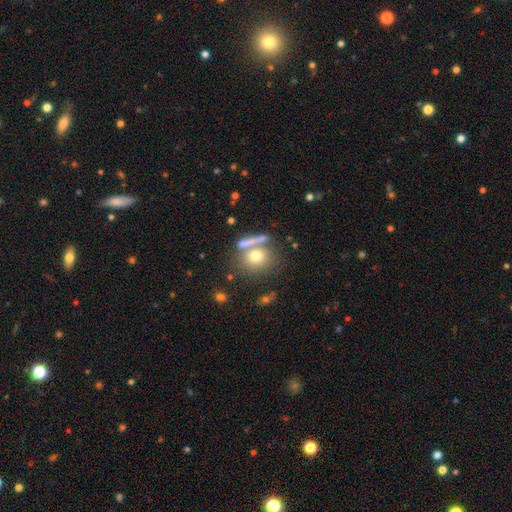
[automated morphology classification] A smooth galaxy with no disk features (70%) that is round (73%).

Vote fractions:
- Smooth or featured? smooth: 70% / featured or disk: 18% / star or artifact: 12%
- How rounded? round: 73% / in between: 24% / cigar-shaped: 3%
- Merging? none: 57% / merger: 25% / minor disturbance: 11% / major disturbance: 7%